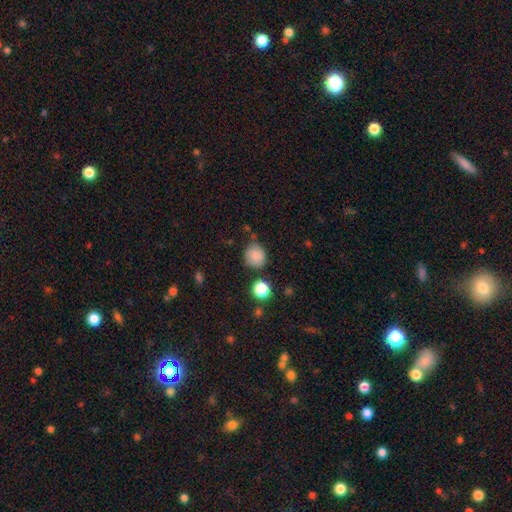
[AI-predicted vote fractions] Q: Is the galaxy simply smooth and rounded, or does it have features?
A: smooth — 83%.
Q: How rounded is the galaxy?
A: round — 83%.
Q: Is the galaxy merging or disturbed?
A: none — 72%.